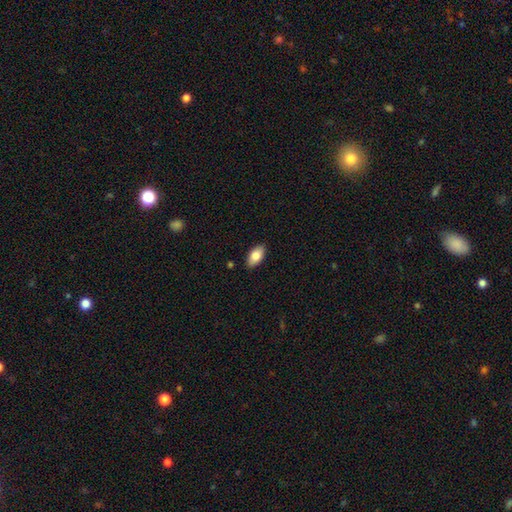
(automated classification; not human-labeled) Overall: smooth (83%). How rounded: in between (93%). Merging: none (88%).